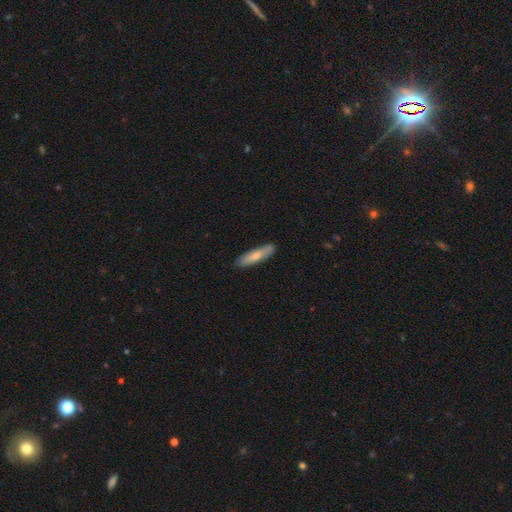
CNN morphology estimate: This appears to be a smooth galaxy with no disk features (74%) that is cigar-shaped (72%). Merging: none (84%).